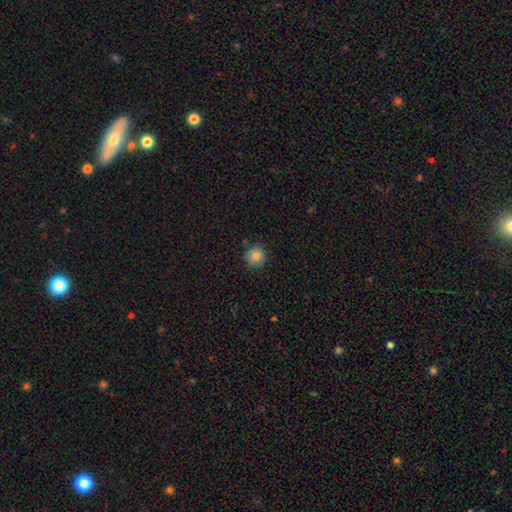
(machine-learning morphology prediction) smooth 84%, star or artifact 10%, featured or disk 6%. Down the decision tree: how rounded — round (91%); merging — none (86%).